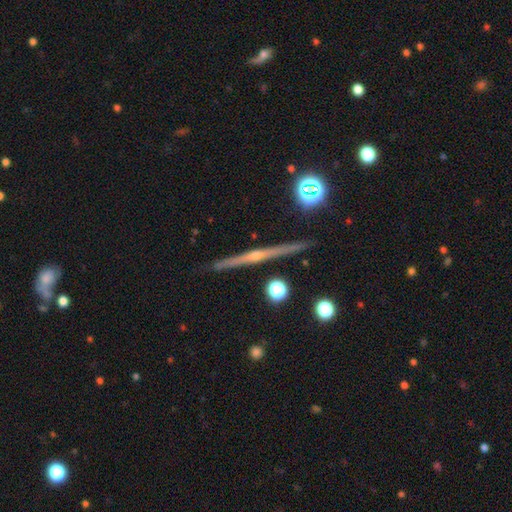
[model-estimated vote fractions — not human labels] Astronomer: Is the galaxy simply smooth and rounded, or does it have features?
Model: featured or disk — 83%.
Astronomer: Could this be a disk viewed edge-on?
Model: yes — 98%.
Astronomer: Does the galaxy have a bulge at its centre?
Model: rounded — 80%.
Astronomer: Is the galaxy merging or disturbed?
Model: none — 92%.